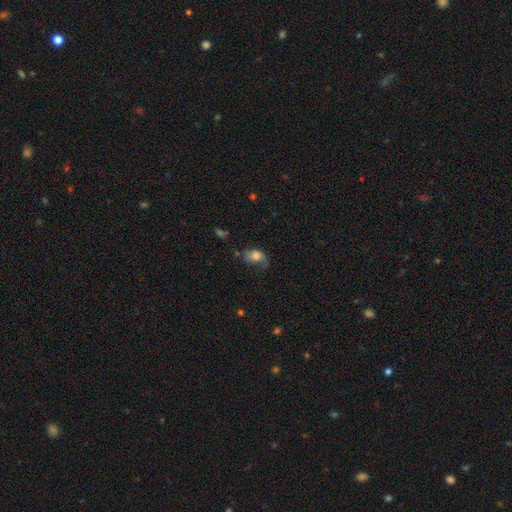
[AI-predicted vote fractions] smooth-or-featured: smooth: 55% | featured or disk: 35% | star or artifact: 10%
  how-rounded: in between: 77% | round: 21% | cigar-shaped: 2%
  merging: none: 34% | major disturbance: 33% | minor disturbance: 29% | merger: 4%